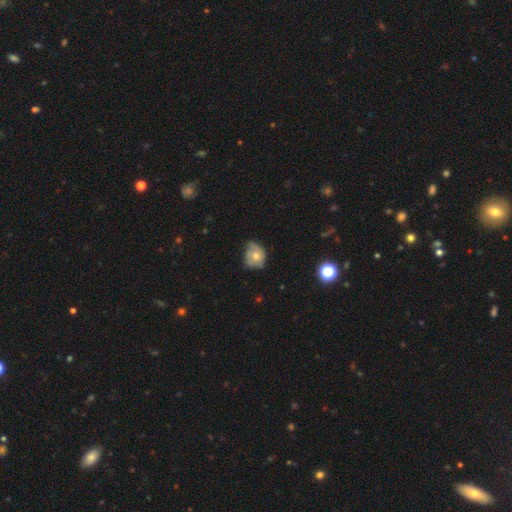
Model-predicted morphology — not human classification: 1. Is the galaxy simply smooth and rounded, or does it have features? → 48% smooth, 43% featured or disk, 9% star or artifact.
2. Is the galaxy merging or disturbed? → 43% none, 38% minor disturbance, 16% major disturbance, 3% merger.